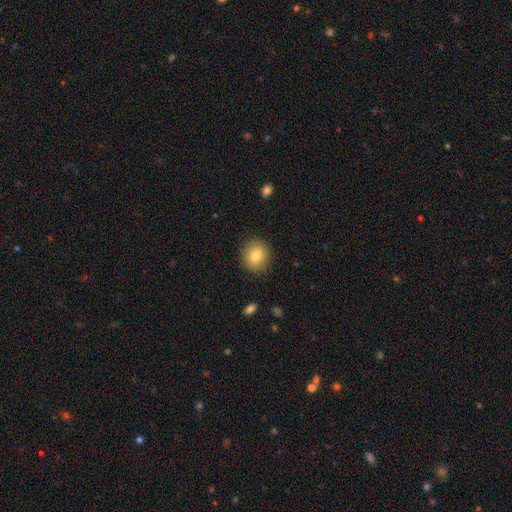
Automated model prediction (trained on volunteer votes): smooth_or_featured: smooth (p=0.81) [alt: featured or disk p=0.10]
how_rounded: round (p=0.75) [alt: in between p=0.24]
merging: none (p=0.88) [alt: minor disturbance p=0.08]